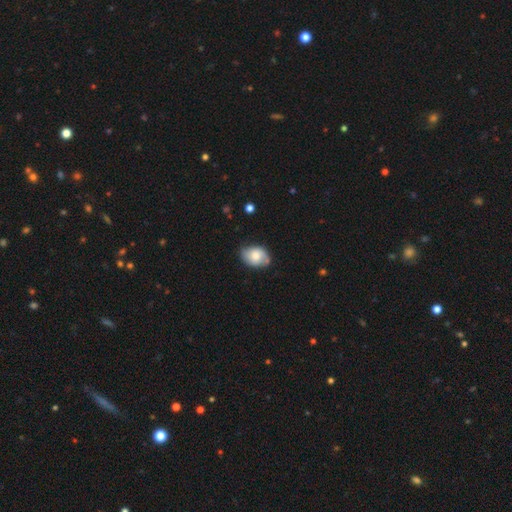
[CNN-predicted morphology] Smooth or featured: smooth — 61% (featured or disk — 32%)
How rounded: in between — 74% (round — 24%)
Merging: none — 63% (minor disturbance — 29%)